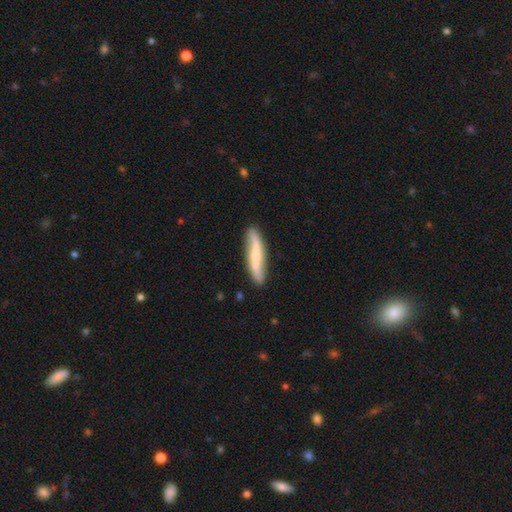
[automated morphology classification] Smooth or featured: featured or disk — 51% (smooth — 43%)
Edge-on disk: no — 56% (yes — 44%)
Merging: none — 82% (minor disturbance — 14%)